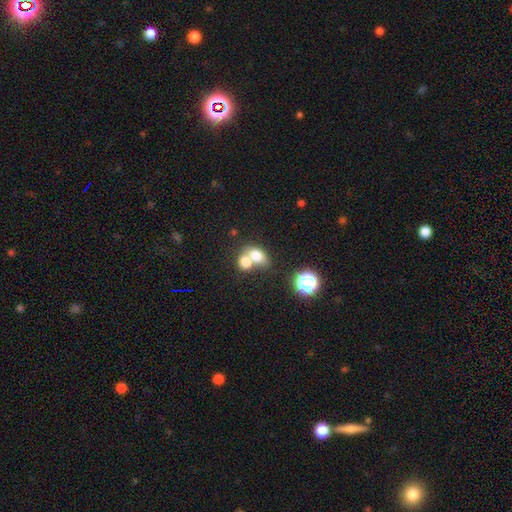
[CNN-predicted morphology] A smooth galaxy with no disk features (73%) that is in between round and cigar-shaped (65%). Merging: merger (61%).